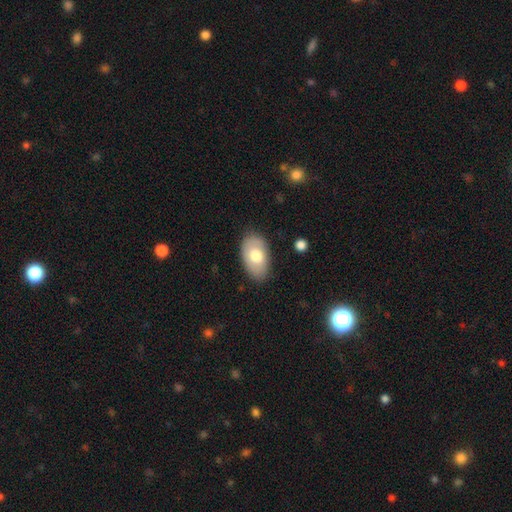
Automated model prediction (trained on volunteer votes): A smooth galaxy with no disk features (71%) that is in between round and cigar-shaped (93%). Merging: none (80%).